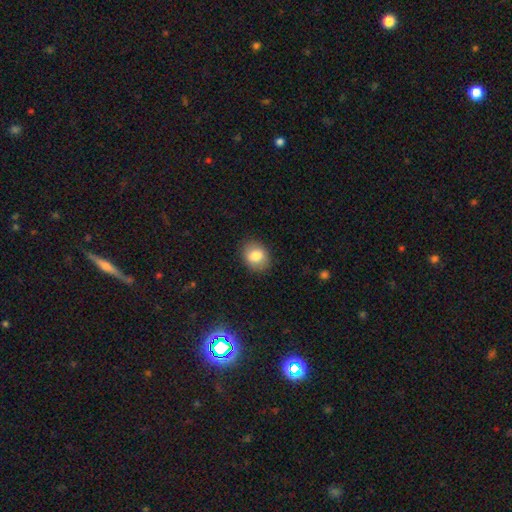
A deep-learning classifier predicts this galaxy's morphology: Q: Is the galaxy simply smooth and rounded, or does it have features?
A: smooth — 81%.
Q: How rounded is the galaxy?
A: in between — 51%.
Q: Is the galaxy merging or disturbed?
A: none — 87%.